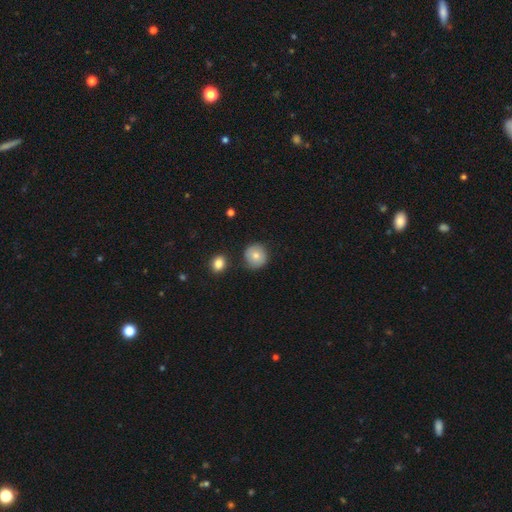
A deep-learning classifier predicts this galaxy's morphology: smooth_or_featured: smooth (p=0.78) [alt: featured or disk p=0.14]
how_rounded: round (p=0.91) [alt: in between p=0.08]
merging: none (p=0.80) [alt: minor disturbance p=0.13]